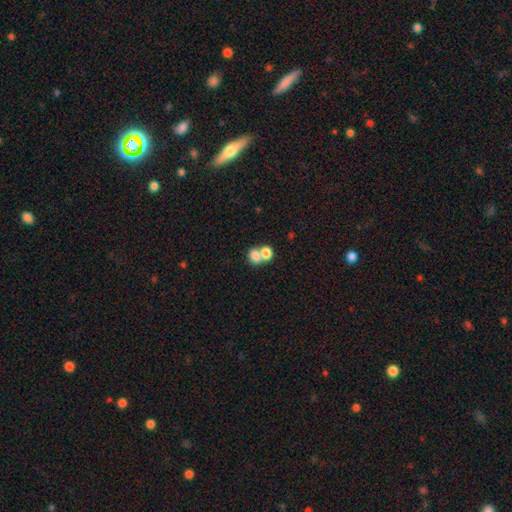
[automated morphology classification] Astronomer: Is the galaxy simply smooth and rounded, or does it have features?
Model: smooth — 76%.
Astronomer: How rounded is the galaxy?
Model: round — 52% (runner-up: in between, 47%).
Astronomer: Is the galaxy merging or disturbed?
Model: merger — 62%.